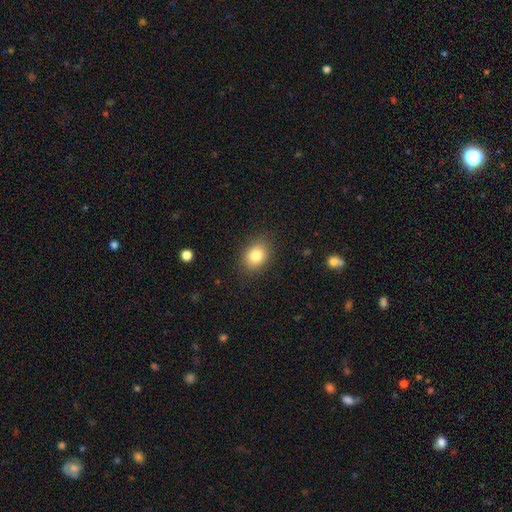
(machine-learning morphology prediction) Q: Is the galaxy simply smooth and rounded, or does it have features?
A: smooth — 82%.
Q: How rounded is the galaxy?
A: in between — 59%.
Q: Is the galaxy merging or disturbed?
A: none — 87%.